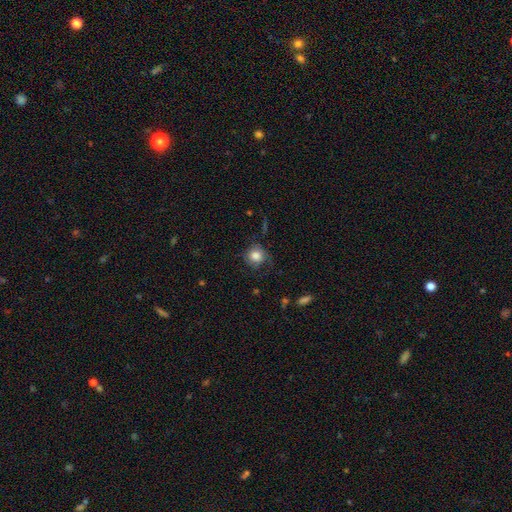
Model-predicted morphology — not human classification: type=smooth (76%); roundness=round (85%); merging=none (63%).